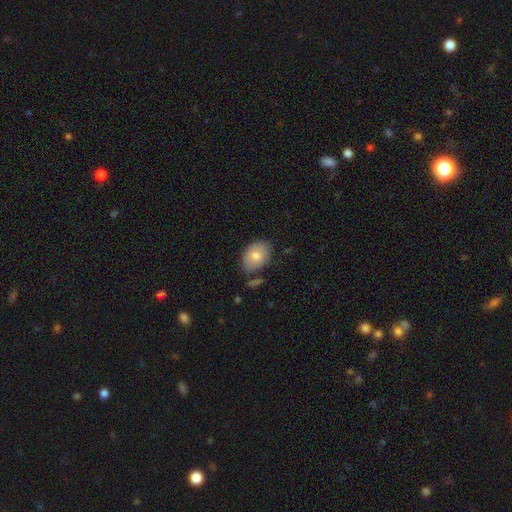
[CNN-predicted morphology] This appears to be a smooth galaxy with no disk features (76%) that is in between round and cigar-shaped (76%). Merging: none (71%).